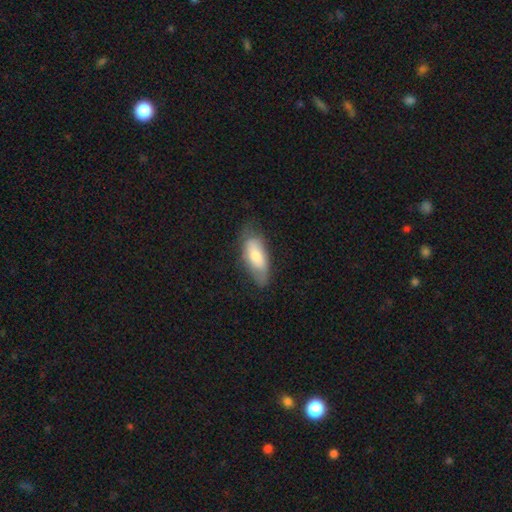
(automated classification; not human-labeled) Smooth or featured?
  - smooth: 66% *
  - featured or disk: 27%
  - star or artifact: 6%
How rounded?
  - in between: 78% *
  - cigar-shaped: 20%
  - round: 2%
Merging?
  - none: 61% *
  - minor disturbance: 28%
  - major disturbance: 9%
  - merger: 2%